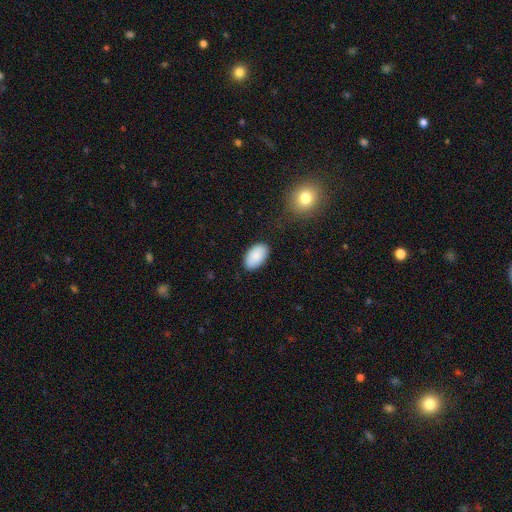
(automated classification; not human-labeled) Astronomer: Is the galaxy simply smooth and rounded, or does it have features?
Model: smooth — 88%.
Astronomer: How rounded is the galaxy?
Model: in between — 95%.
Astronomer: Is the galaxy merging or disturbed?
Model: none — 85%.